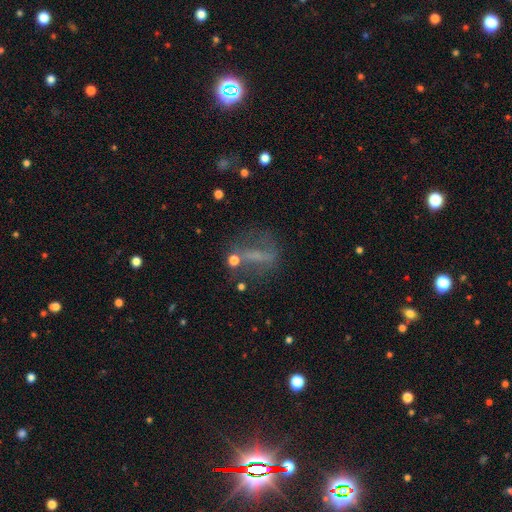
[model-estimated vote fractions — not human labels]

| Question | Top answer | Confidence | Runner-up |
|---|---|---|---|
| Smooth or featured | featured or disk | 42% | smooth (35%) |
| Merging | none | 52% | major disturbance (22%) |